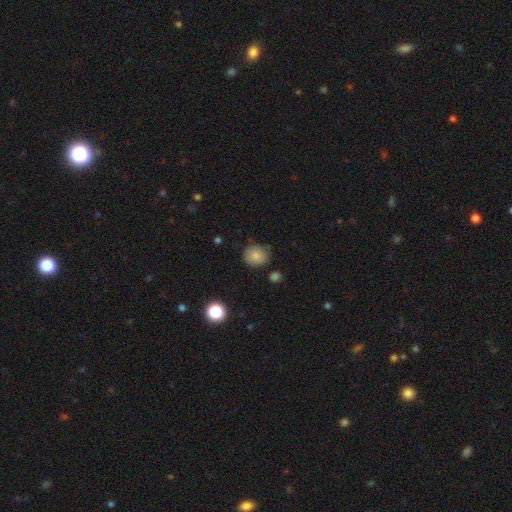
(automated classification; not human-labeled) This appears to be a smooth galaxy with no disk features (84%) that is round (75%). Merging: none (76%).